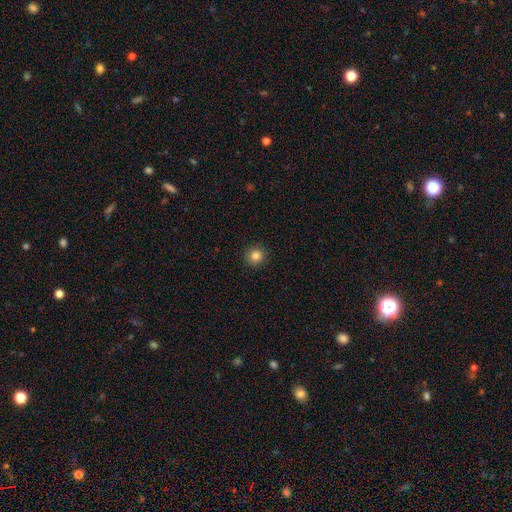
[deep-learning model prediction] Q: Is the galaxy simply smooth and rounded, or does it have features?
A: smooth — 84%.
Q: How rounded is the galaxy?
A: round — 92%.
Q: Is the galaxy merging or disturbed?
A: none — 91%.